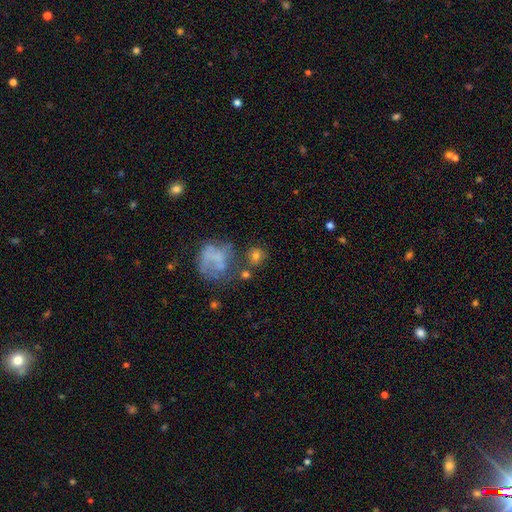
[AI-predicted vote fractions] This is likely a smooth galaxy (63%). How rounded: likely round (73%). Merging: possibly none (54%).